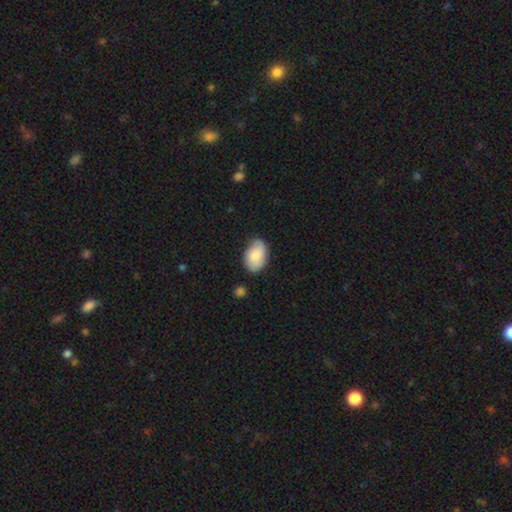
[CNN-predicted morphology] A smooth galaxy with no disk features (70%) that is in between round and cigar-shaped (88%).

Vote fractions:
- Smooth or featured? smooth: 70% / featured or disk: 23% / star or artifact: 7%
- How rounded? in between: 88% / round: 11% / cigar-shaped: 1%
- Merging? none: 72% / minor disturbance: 21% / major disturbance: 4% / merger: 2%